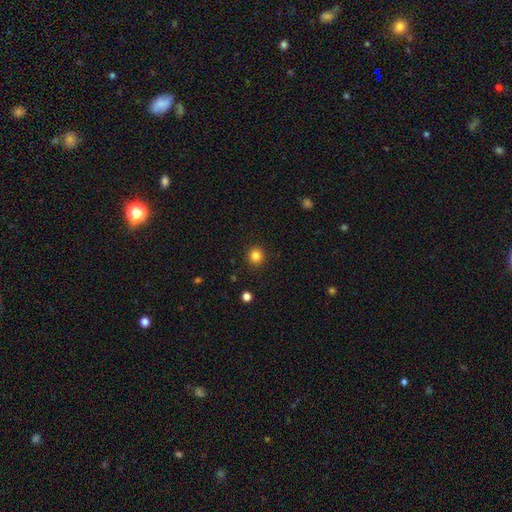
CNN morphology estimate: Overall: smooth (84%). How rounded: round (92%). Merging: none (92%).